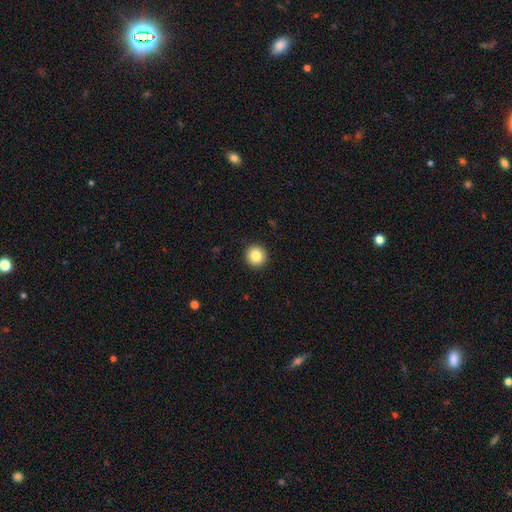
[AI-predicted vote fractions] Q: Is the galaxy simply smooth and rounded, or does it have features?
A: smooth — 85%.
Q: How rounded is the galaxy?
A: round — 94%.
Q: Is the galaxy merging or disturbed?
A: none — 93%.